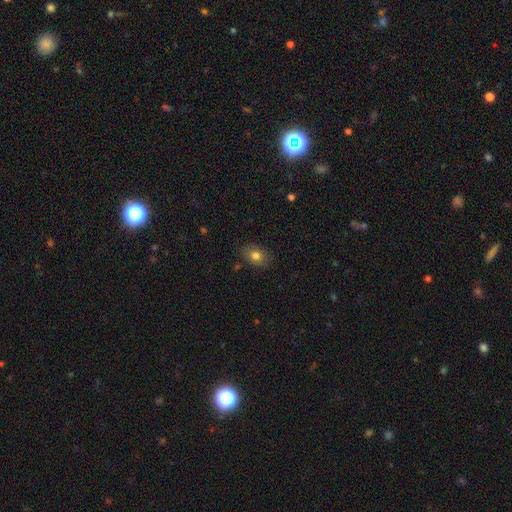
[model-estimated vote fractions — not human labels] smooth 79%, featured or disk 11%, star or artifact 10%. Down the decision tree: how rounded — in between (73%); merging — none (83%).